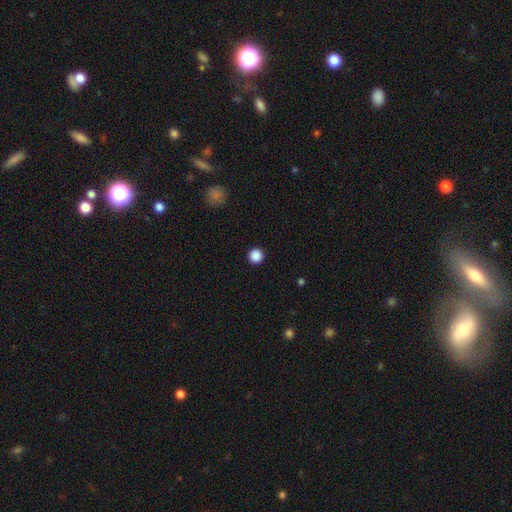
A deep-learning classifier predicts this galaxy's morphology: This is clearly a smooth galaxy (88%). How rounded: clearly round (96%). Merging: clearly none (94%).